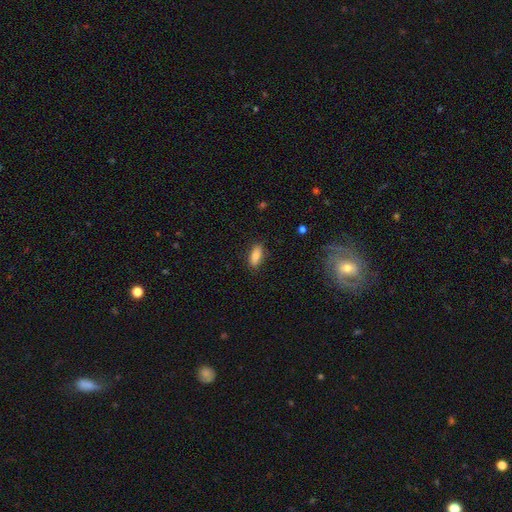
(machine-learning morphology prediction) A smooth galaxy with no disk features (86%) that is in between round and cigar-shaped (83%). Merging: none (86%).